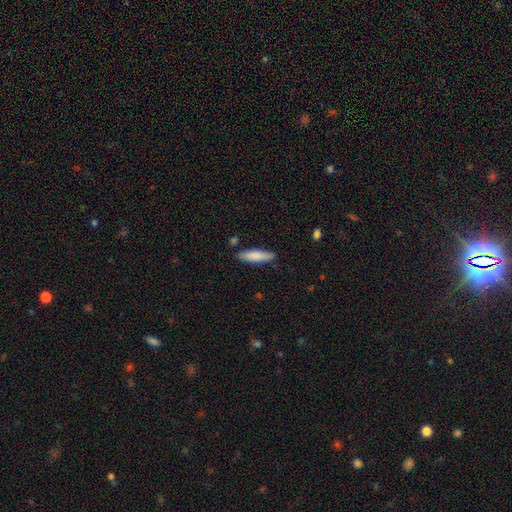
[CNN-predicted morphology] The model was most divided on "how rounded": cigar-shaped: 72%, in between: 26%, round: 1%. More confident: merging — none (86%); smooth or featured — smooth (82%).